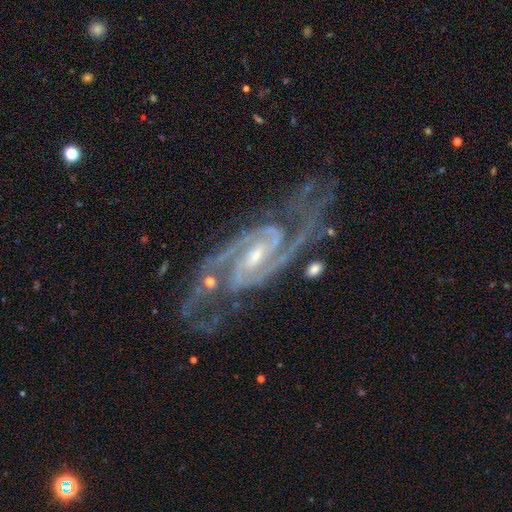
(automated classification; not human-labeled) This appears to be a featured or disk galaxy (94%) with a weak bar (44%), 2 (85%) medium (49%) spiral arms (99%) and a small central bulge (63%). Merging: none (66%).